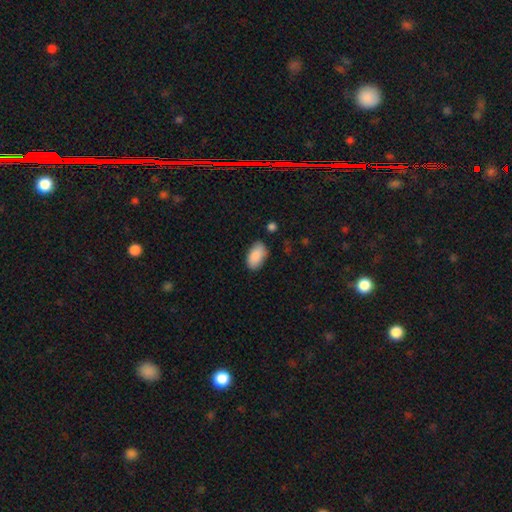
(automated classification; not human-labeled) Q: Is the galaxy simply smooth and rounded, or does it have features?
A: smooth — 89%.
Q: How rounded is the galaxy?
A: in between — 94%.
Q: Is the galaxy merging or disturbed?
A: none — 81%.